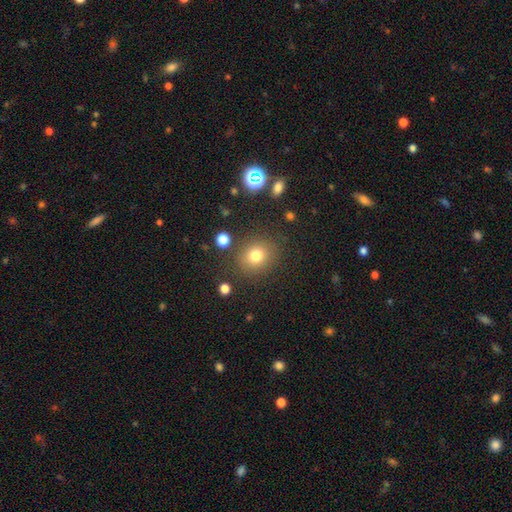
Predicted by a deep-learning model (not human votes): Smooth or featured: smooth — 77% (star or artifact — 15%)
How rounded: round — 77% (in between — 22%)
Merging: none — 83% (minor disturbance — 10%)